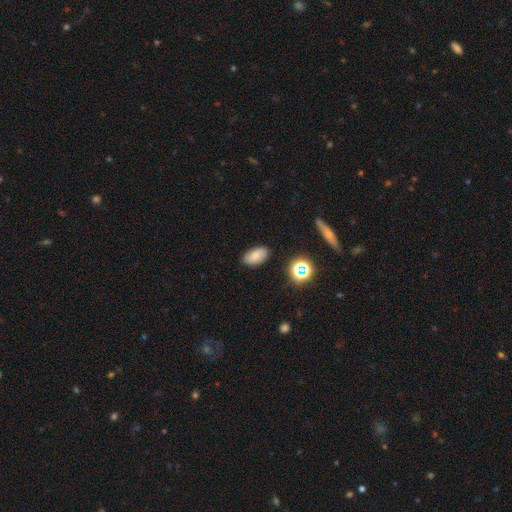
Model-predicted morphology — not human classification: A smooth galaxy with no disk features (73%) that is in between round and cigar-shaped (91%). Merging: none (84%).